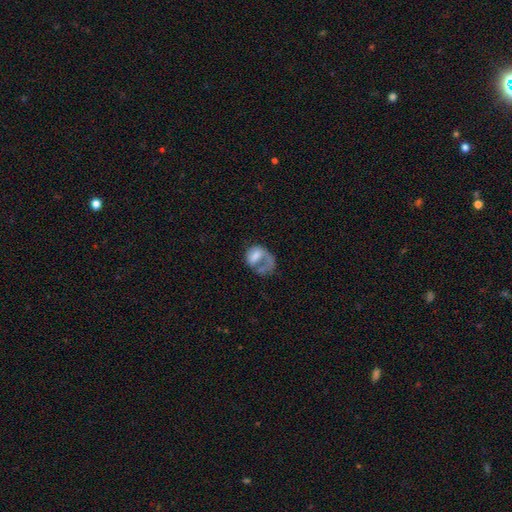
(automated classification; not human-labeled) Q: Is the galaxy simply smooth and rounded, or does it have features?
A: featured or disk — 46%.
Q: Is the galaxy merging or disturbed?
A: major disturbance — 54%.